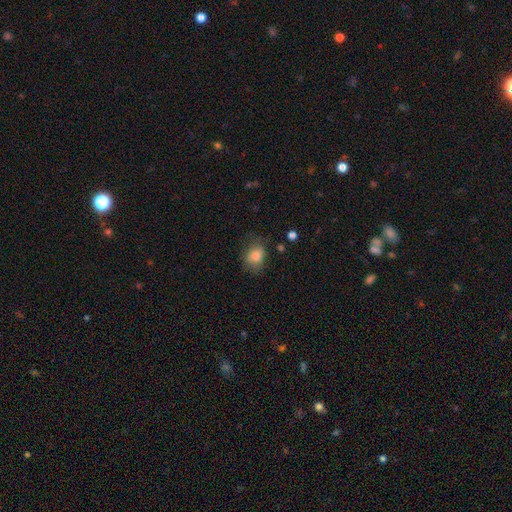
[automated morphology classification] Smooth or featured?
  - smooth: 83% *
  - star or artifact: 9%
  - featured or disk: 8%
How rounded?
  - in between: 58% *
  - round: 41%
  - cigar-shaped: 1%
Merging?
  - none: 65% *
  - minor disturbance: 24%
  - major disturbance: 9%
  - merger: 2%